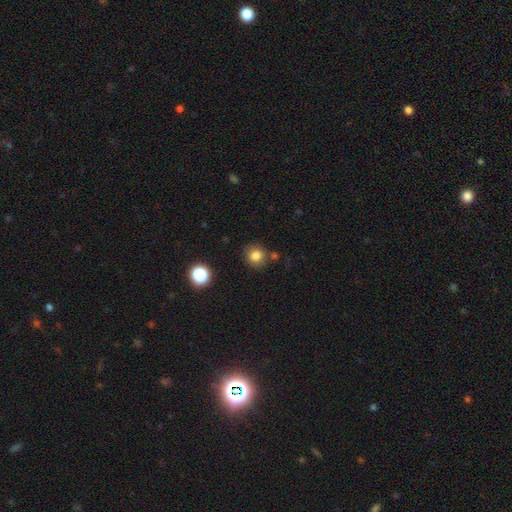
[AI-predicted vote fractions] Smooth or featured? Predicted: smooth (p=0.82). How rounded? Predicted: round (p=0.90). Merging? Predicted: none (p=0.80).